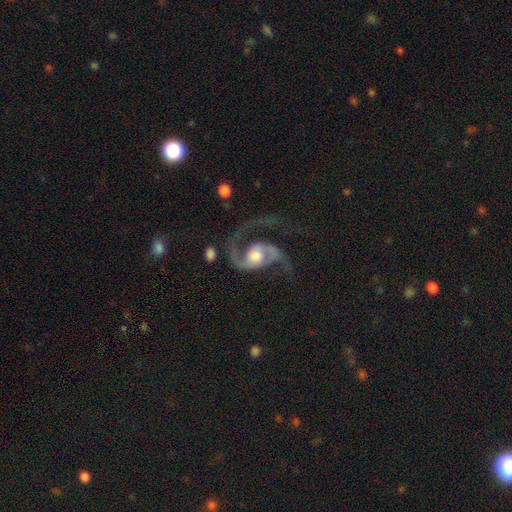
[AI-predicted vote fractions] Smooth or featured: featured or disk — 89% (smooth — 6%)
Edge-on disk: no — 98% (yes — 2%)
Bar: no — 59% (weak — 30%)
Spiral arms: yes — 97% (no — 3%)
Spiral winding: medium — 46% (loose — 42%)
Spiral arm count: 2 — 85% (1 — 7%)
Bulge size: moderate — 54% (large — 30%)
Merging: none — 49% (major disturbance — 31%)